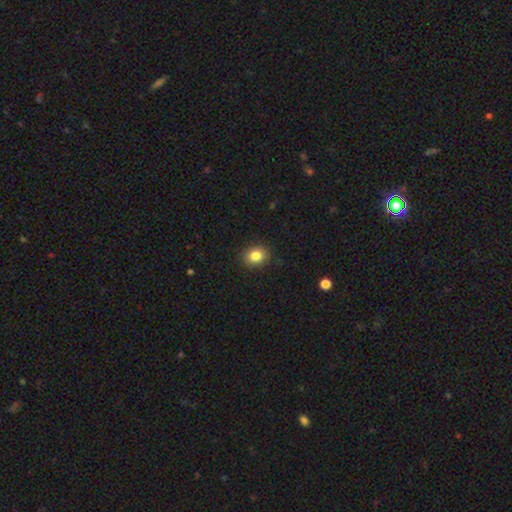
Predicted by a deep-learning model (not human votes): Smooth or featured: smooth — 84% (star or artifact — 10%)
How rounded: round — 62% (in between — 37%)
Merging: none — 89% (minor disturbance — 8%)